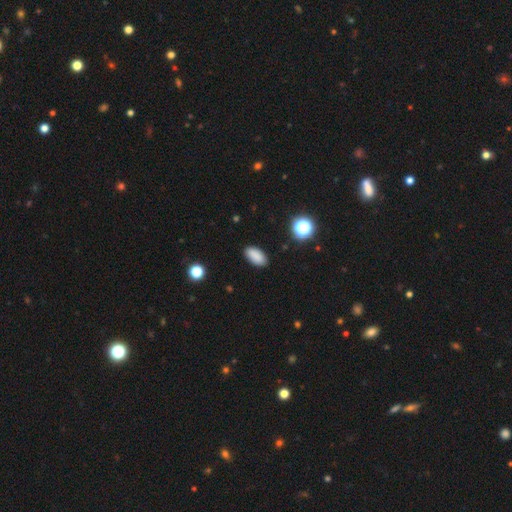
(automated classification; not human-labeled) Morphology: type=smooth (87%); roundness=in between (92%); merging=none (88%).